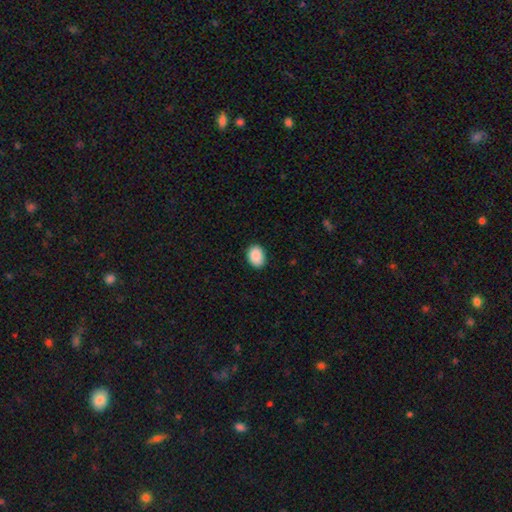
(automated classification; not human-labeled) smooth_or_featured: smooth (p=0.90) [alt: star or artifact p=0.07]
how_rounded: in between (p=0.70) [alt: round p=0.30]
merging: none (p=0.86) [alt: minor disturbance p=0.11]